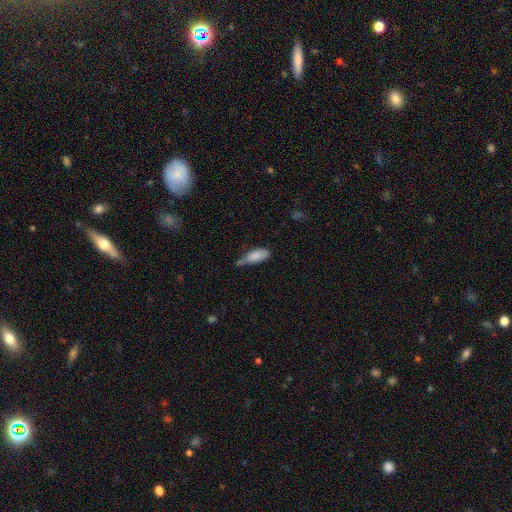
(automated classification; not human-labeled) Smooth or featured: smooth — 82% (featured or disk — 11%)
How rounded: in between — 78% (cigar-shaped — 20%)
Merging: minor disturbance — 41% (none — 36%)